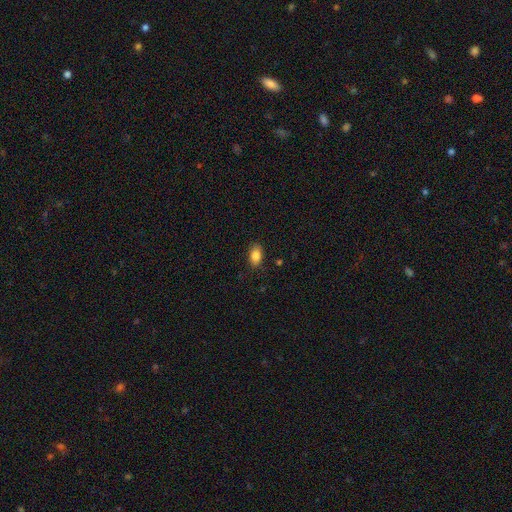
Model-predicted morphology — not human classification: smooth_or_featured: smooth (p=0.86) [alt: star or artifact p=0.08]
how_rounded: in between (p=0.89) [alt: round p=0.10]
merging: none (p=0.85) [alt: minor disturbance p=0.12]